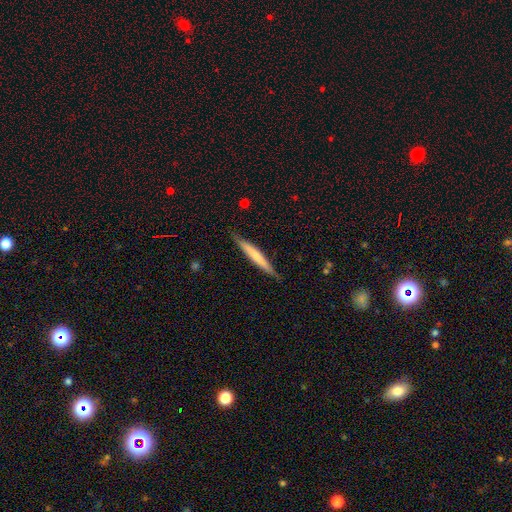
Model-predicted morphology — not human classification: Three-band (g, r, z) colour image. It shows a smooth galaxy with no disk features (58%) that is cigar-shaped (95%). Merging: none (85%).